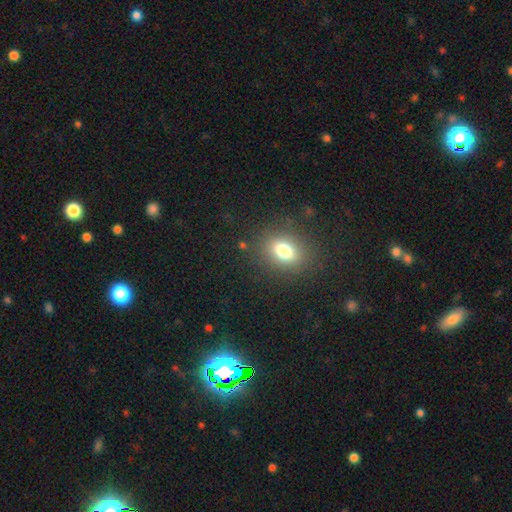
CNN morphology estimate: Smooth or featured: smooth — 57% (star or artifact — 35%)
How rounded: round — 68% (in between — 30%)
Merging: none — 89% (minor disturbance — 6%)